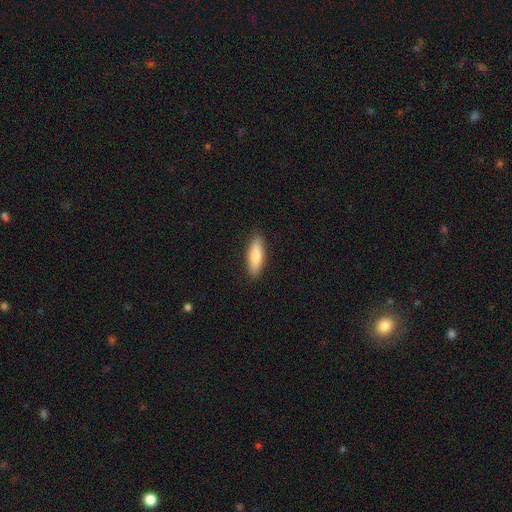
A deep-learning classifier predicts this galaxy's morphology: A smooth galaxy with no disk features (83%) that is cigar-shaped (50%). Merging: none (89%).